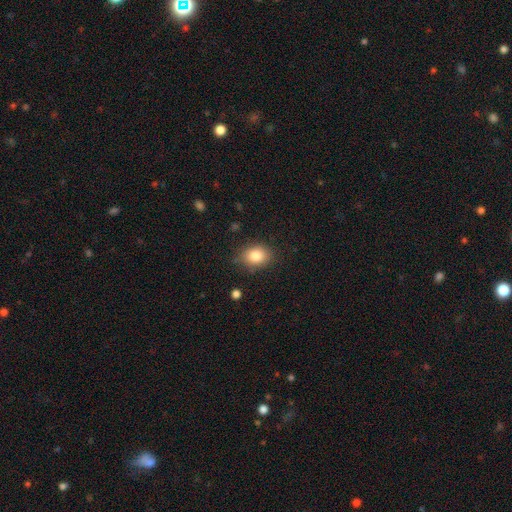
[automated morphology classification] smooth_or_featured: smooth (p=0.84) [alt: star or artifact p=0.09]
how_rounded: in between (p=0.61) [alt: round p=0.38]
merging: none (p=0.80) [alt: minor disturbance p=0.15]